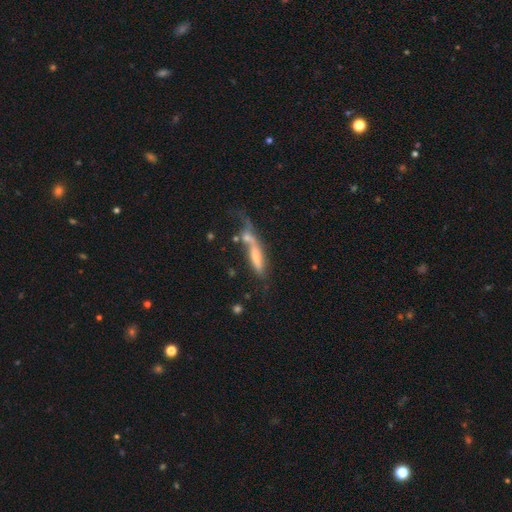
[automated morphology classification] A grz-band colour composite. It shows a featured or disk galaxy (49%). Merging: none (39%).